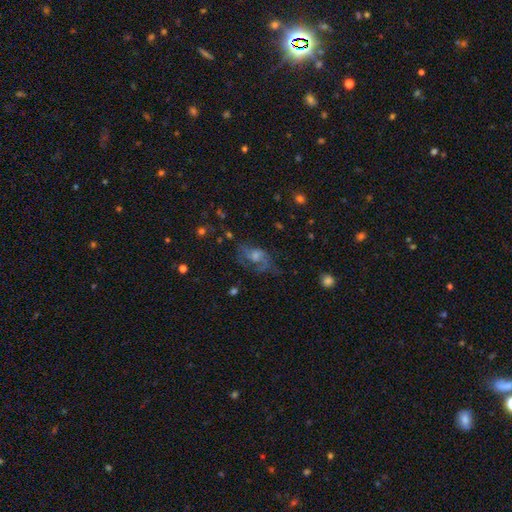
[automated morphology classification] A featured or disk galaxy (62%) with no bar (64%), spiral arms (79%) and a moderate central bulge (43%). Merging: none (50%).